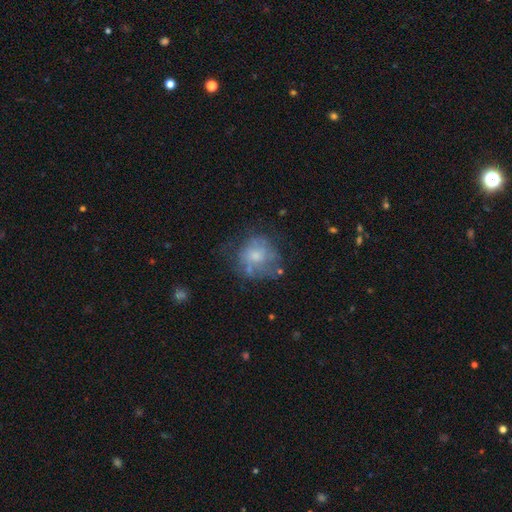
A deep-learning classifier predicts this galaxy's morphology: This is possibly a smooth galaxy (46%). Merging: possibly none (50%).